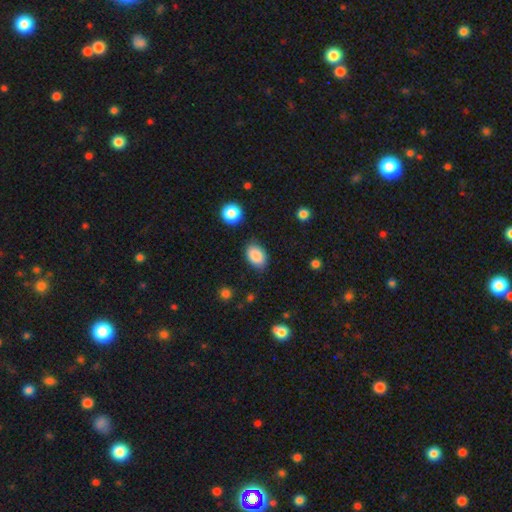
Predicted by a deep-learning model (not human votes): A smooth galaxy with no disk features (88%) that is in between round and cigar-shaped (86%).

Vote fractions:
- Smooth or featured? smooth: 88% / star or artifact: 7% / featured or disk: 5%
- How rounded? in between: 86% / round: 13% / cigar-shaped: 1%
- Merging? none: 81% / minor disturbance: 13% / major disturbance: 3% / merger: 3%